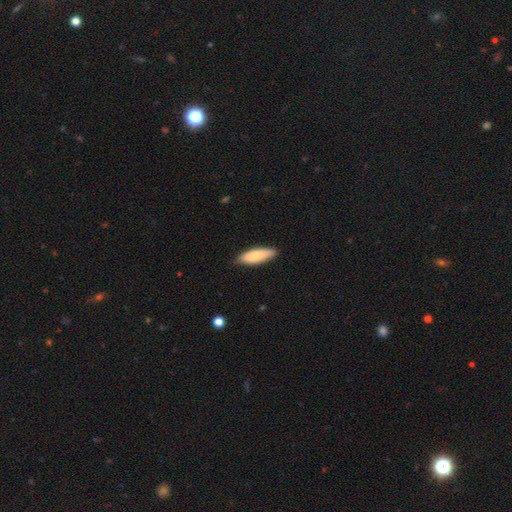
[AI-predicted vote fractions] smooth 81%, featured or disk 14%, star or artifact 5%. Down the decision tree: how rounded — in between (57%); merging — none (83%).